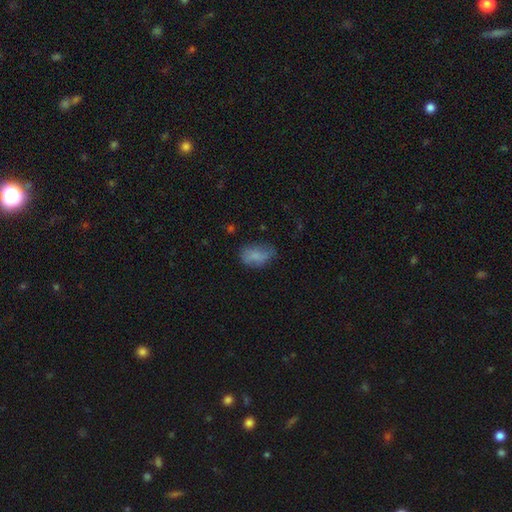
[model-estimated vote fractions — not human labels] Smooth or featured?
  - smooth: 75% *
  - featured or disk: 15%
  - star or artifact: 10%
How rounded?
  - in between: 87% *
  - round: 10%
  - cigar-shaped: 2%
Merging?
  - none: 51% *
  - minor disturbance: 33%
  - major disturbance: 13%
  - merger: 3%